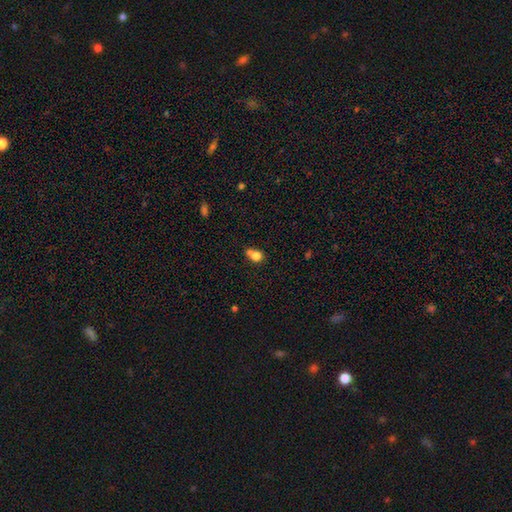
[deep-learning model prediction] smooth_or_featured: smooth (p=0.77) [alt: featured or disk p=0.12]
how_rounded: round (p=0.69) [alt: in between p=0.30]
merging: merger (p=0.44) [alt: none p=0.37]